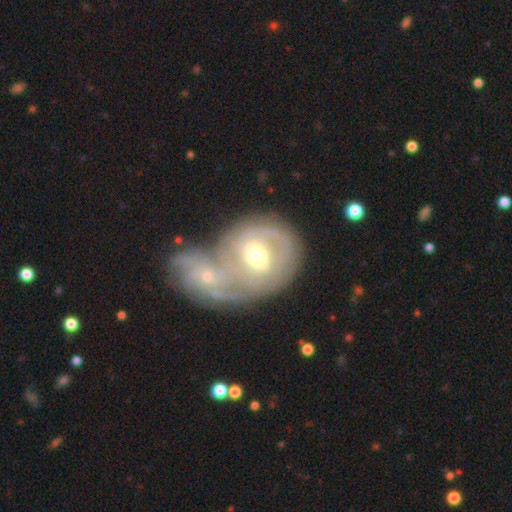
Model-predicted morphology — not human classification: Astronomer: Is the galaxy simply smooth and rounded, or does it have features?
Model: featured or disk — 75%.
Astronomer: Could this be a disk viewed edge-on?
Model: no — 96%.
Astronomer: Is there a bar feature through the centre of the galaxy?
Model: no — 43%, tied with weak at 43%.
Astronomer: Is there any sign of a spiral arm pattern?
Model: yes — 84%.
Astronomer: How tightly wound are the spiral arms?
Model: tight — 59%.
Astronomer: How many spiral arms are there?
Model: can't tell — 43% (runner-up: 2, 23%).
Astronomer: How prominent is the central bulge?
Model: moderate — 67%.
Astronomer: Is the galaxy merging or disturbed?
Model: merger — 69%.